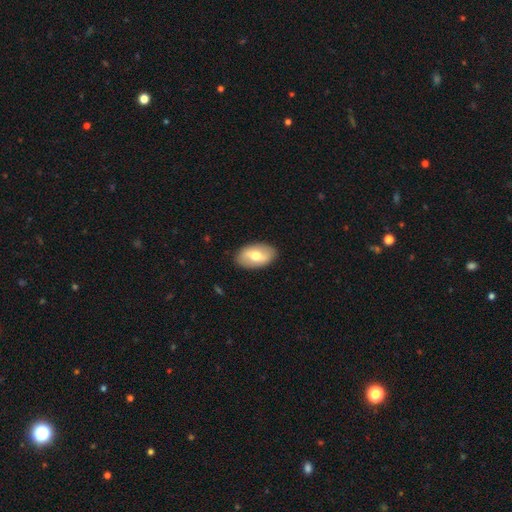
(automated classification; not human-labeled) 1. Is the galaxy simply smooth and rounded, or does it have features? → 56% smooth, 39% featured or disk, 6% star or artifact.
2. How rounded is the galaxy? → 91% in between, 8% round, 2% cigar-shaped.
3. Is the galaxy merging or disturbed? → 87% none, 9% minor disturbance, 2% major disturbance, 1% merger.